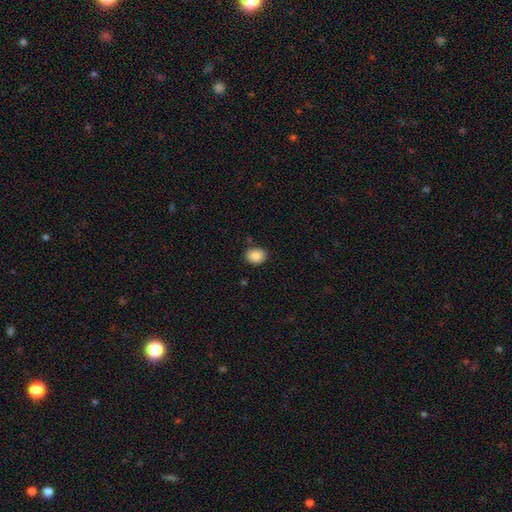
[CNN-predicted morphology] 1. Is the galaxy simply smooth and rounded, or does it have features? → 87% smooth, 8% star or artifact, 5% featured or disk.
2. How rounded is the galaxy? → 51% in between, 48% round, 1% cigar-shaped.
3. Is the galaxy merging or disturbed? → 86% none, 10% minor disturbance, 2% merger, 2% major disturbance.